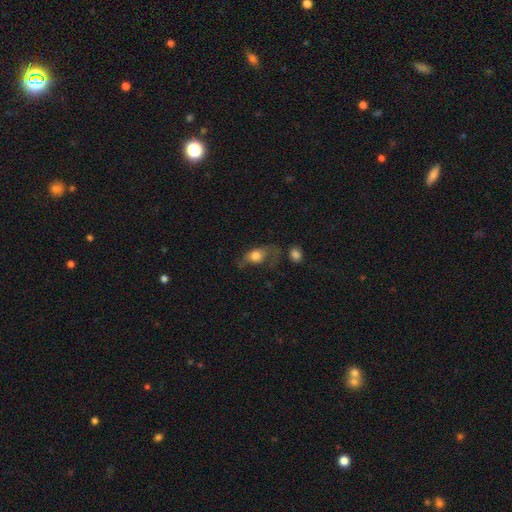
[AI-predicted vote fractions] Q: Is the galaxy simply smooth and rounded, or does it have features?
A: smooth — 68%.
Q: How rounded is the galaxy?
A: in between — 73%.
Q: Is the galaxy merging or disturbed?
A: none — 34%.